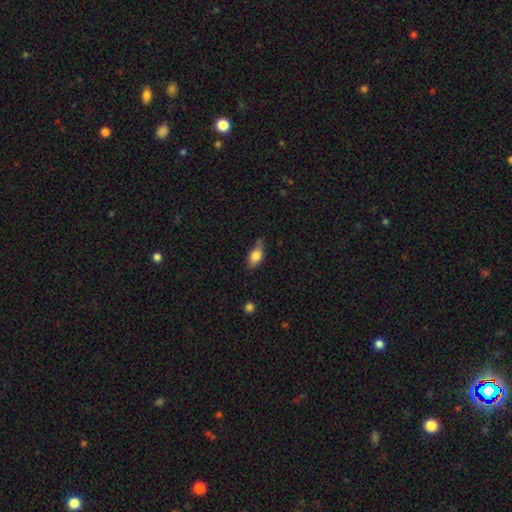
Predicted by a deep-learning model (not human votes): Q: Smooth or featured?
A: smooth (80%); runner-up: featured or disk (13%)
Q: How rounded?
A: in between (87%); runner-up: cigar-shaped (7%)
Q: Merging?
A: none (65%); runner-up: minor disturbance (26%)